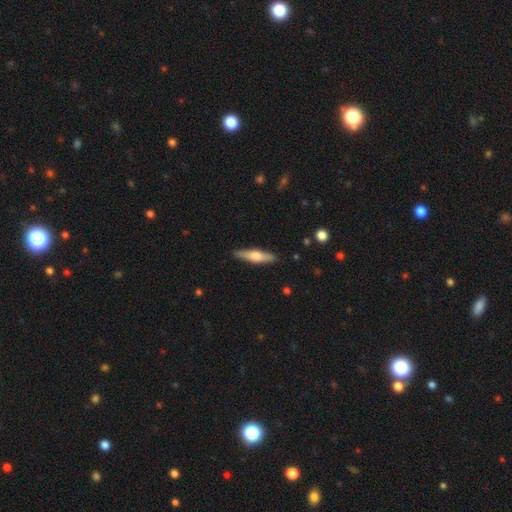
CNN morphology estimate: smooth-or-featured: featured or disk: 50% | smooth: 45% | star or artifact: 6%
  merging: none: 89% | minor disturbance: 8% | major disturbance: 2% | merger: 1%